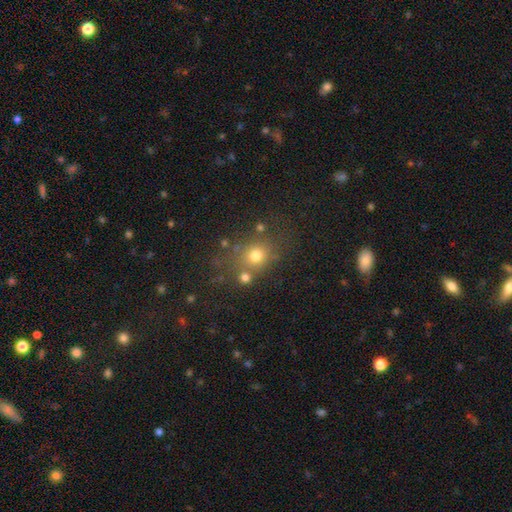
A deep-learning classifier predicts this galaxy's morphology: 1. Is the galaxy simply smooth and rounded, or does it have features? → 70% smooth, 19% star or artifact, 11% featured or disk.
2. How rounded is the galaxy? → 73% round, 26% in between, 1% cigar-shaped.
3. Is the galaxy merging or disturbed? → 67% none, 14% minor disturbance, 13% merger, 7% major disturbance.